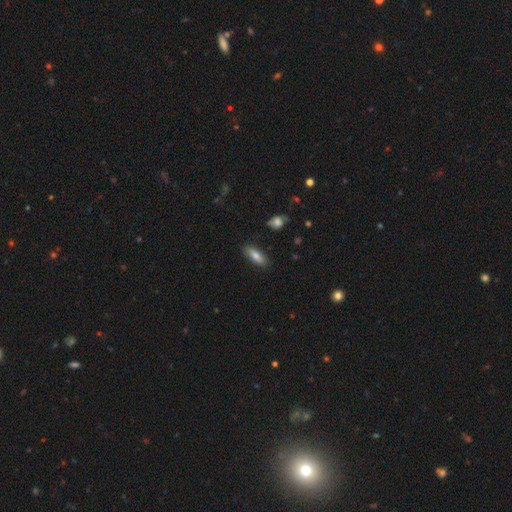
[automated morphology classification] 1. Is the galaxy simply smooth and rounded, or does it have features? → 79% smooth, 14% featured or disk, 7% star or artifact.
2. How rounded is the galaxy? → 66% in between, 31% cigar-shaped, 2% round.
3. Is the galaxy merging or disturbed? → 86% none, 10% minor disturbance, 2% major disturbance, 1% merger.